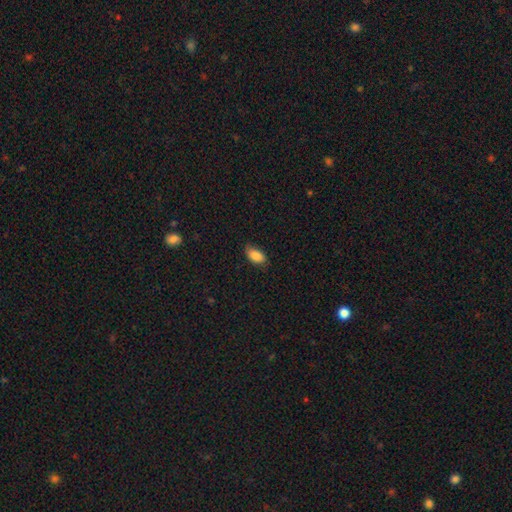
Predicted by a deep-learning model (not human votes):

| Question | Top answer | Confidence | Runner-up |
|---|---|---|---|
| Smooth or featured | smooth | 87% | star or artifact (7%) |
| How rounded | in between | 93% | round (4%) |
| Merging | none | 79% | minor disturbance (17%) |